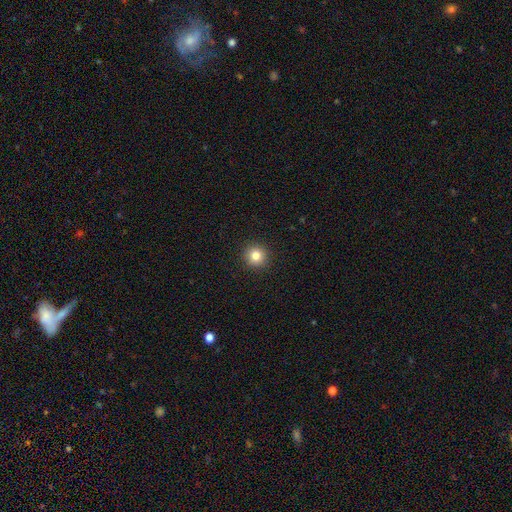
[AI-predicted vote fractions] Morphology: type=smooth (82%); roundness=round (94%); merging=none (93%).